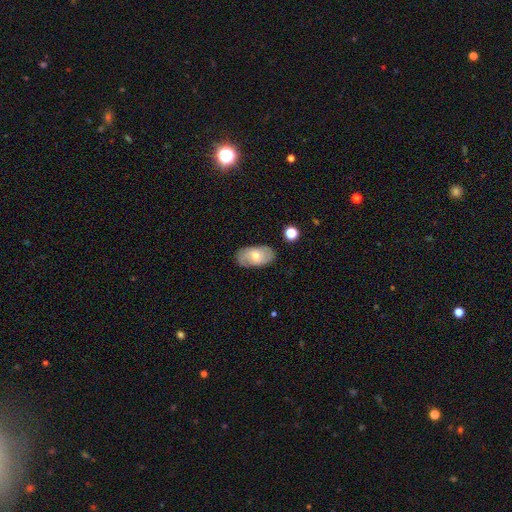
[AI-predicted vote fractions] This appears to be a featured or disk galaxy (52%). Merging: none (81%).